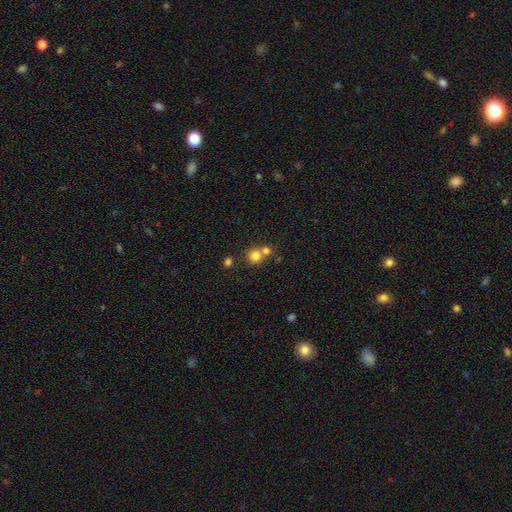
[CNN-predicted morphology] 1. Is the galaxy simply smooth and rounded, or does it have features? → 78% smooth, 13% star or artifact, 9% featured or disk.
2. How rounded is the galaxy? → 89% round, 10% in between, 1% cigar-shaped.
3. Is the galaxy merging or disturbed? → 50% none, 41% merger, 6% minor disturbance, 3% major disturbance.